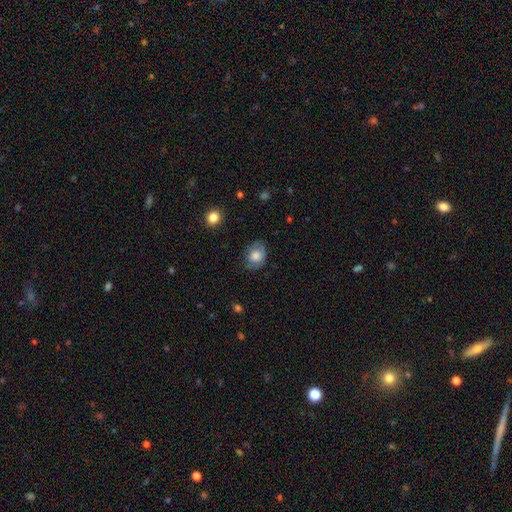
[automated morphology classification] Smooth or featured? smooth (76%)
How rounded? in between (58%)
Merging? none (70%)